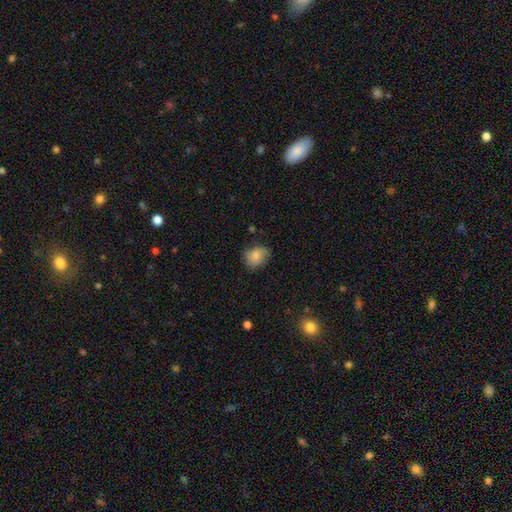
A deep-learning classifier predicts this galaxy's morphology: type=smooth (79%); roundness=round (50%); merging=none (66%).